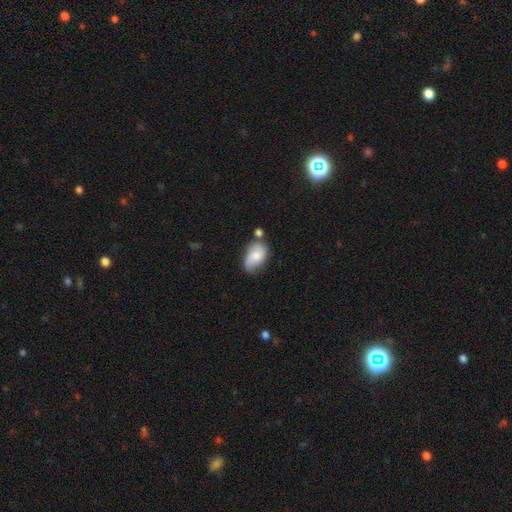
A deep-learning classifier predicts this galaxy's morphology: Smooth or featured?
  - smooth: 56% *
  - featured or disk: 36%
  - star or artifact: 8%
How rounded?
  - in between: 89% *
  - round: 9%
  - cigar-shaped: 2%
Merging?
  - none: 47% *
  - minor disturbance: 31%
  - merger: 13%
  - major disturbance: 9%